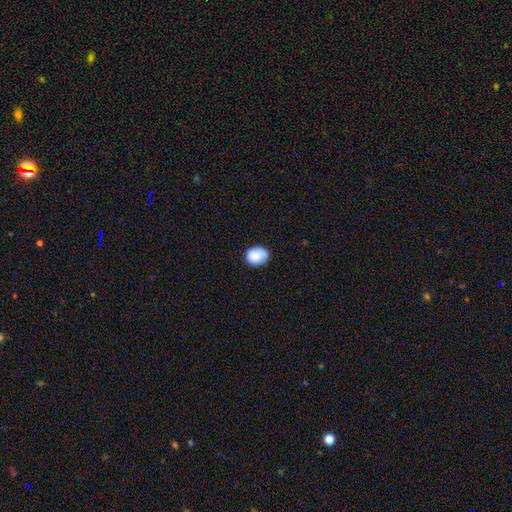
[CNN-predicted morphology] type=smooth (83%); roundness=round (56%); merging=none (79%).